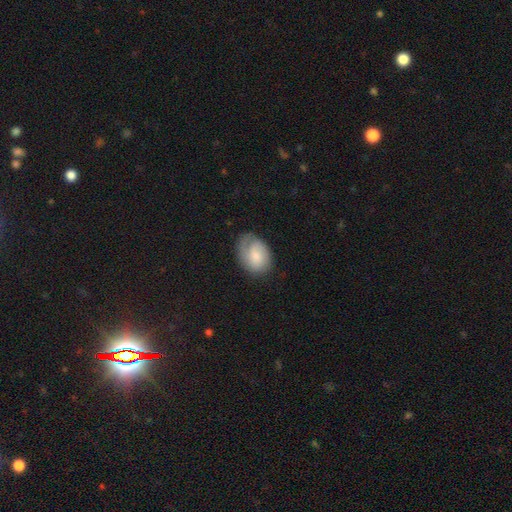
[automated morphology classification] smooth_or_featured: smooth (p=0.62) [alt: featured or disk p=0.32]
how_rounded: in between (p=0.72) [alt: round p=0.27]
merging: none (p=0.54) [alt: minor disturbance p=0.30]